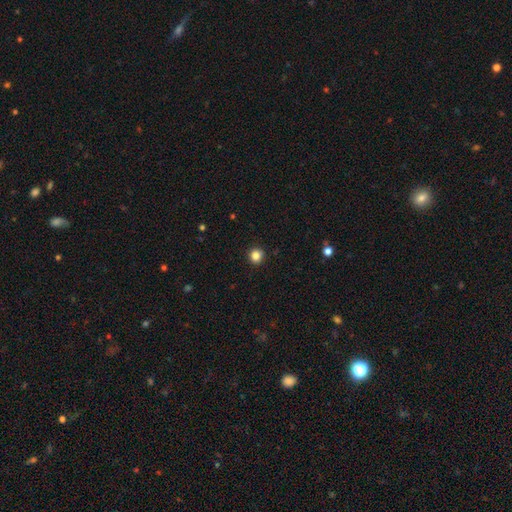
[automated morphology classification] Smooth or featured? smooth (84%)
How rounded? round (91%)
Merging? none (92%)